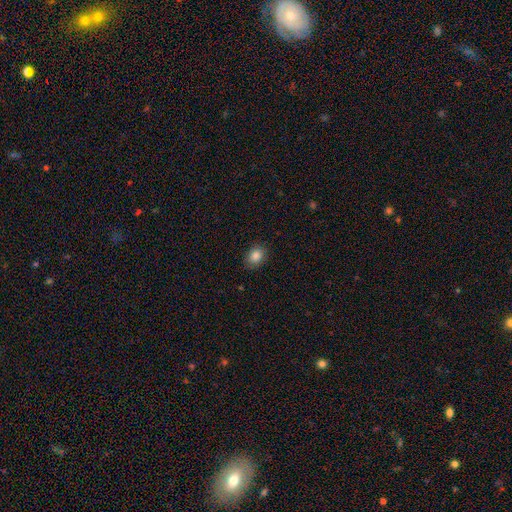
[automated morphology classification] Q: Smooth or featured?
A: smooth (86%); runner-up: star or artifact (9%)
Q: How rounded?
A: in between (58%); runner-up: round (41%)
Q: Merging?
A: none (85%); runner-up: minor disturbance (11%)